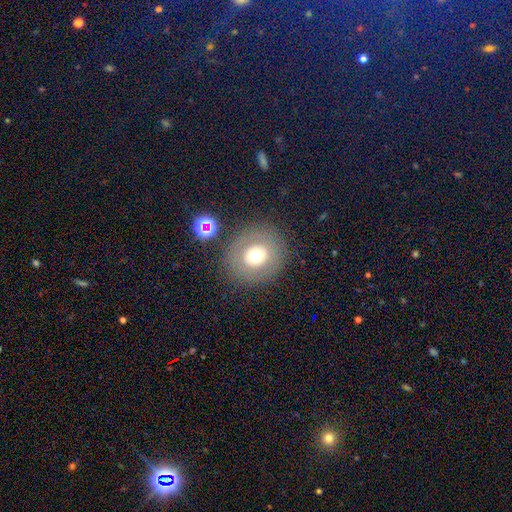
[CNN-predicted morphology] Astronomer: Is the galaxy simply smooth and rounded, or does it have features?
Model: smooth — 61%.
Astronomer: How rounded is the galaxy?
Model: round — 87%.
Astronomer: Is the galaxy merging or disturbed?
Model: none — 83%.